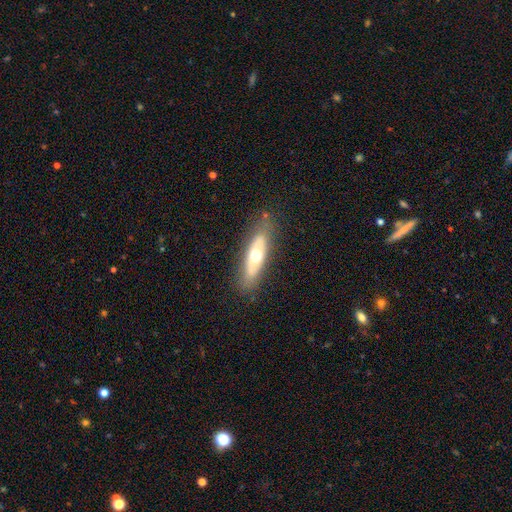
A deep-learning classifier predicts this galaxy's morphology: Smooth or featured? Predicted: featured or disk (p=0.48). Merging? Predicted: none (p=0.78).